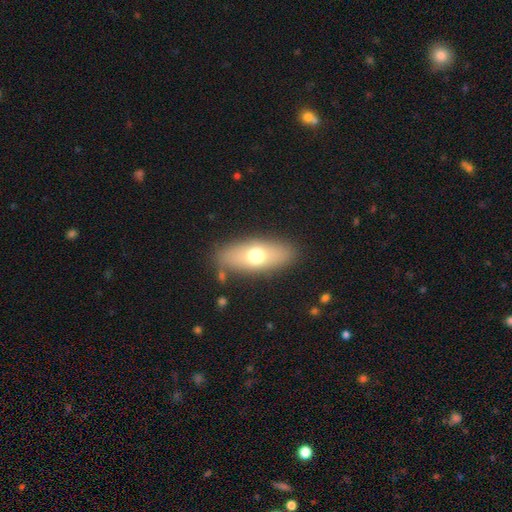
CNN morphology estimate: The model was most divided on "smooth or featured": smooth: 65%, featured or disk: 26%, star or artifact: 8%. More confident: merging — none (82%); how rounded — in between (77%).